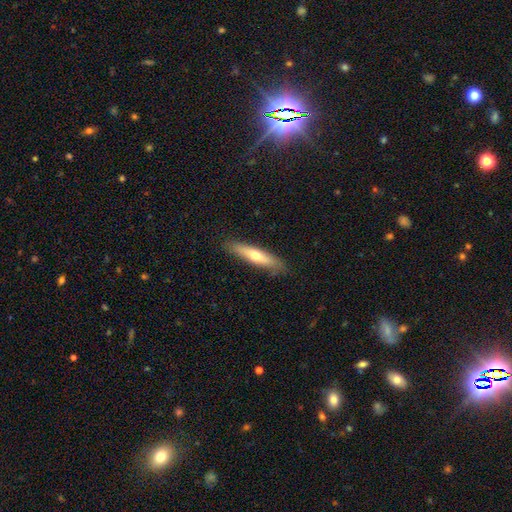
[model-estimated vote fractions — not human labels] smooth_or_featured: smooth (p=0.56) [alt: featured or disk p=0.39]
how_rounded: cigar-shaped (p=0.84) [alt: in between p=0.14]
merging: none (p=0.86) [alt: minor disturbance p=0.10]